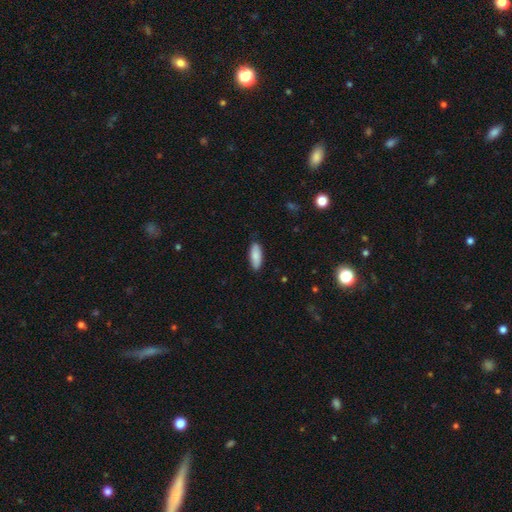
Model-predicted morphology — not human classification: This appears to be a smooth galaxy with no disk features (85%) that is in between round and cigar-shaped (77%). Merging: none (86%).